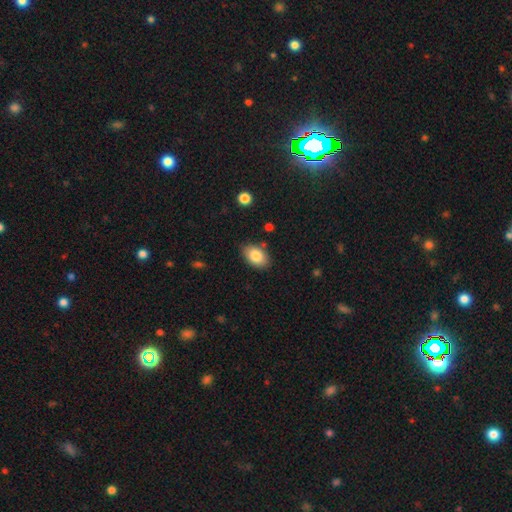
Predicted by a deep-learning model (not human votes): This is clearly a smooth galaxy (83%). How rounded: clearly in between (88%). Merging: clearly none (82%).